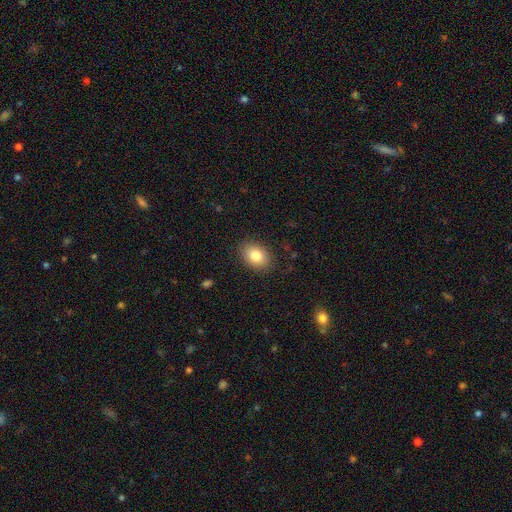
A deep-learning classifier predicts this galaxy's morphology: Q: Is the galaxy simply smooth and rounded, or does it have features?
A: smooth — 83%.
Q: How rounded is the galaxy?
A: in between — 75%.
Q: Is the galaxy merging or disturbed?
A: none — 87%.